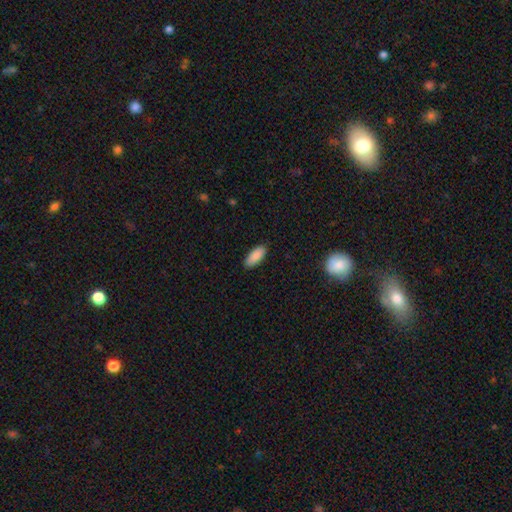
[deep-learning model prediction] This is clearly a smooth galaxy (89%). How rounded: clearly in between (83%). Merging: clearly none (88%).